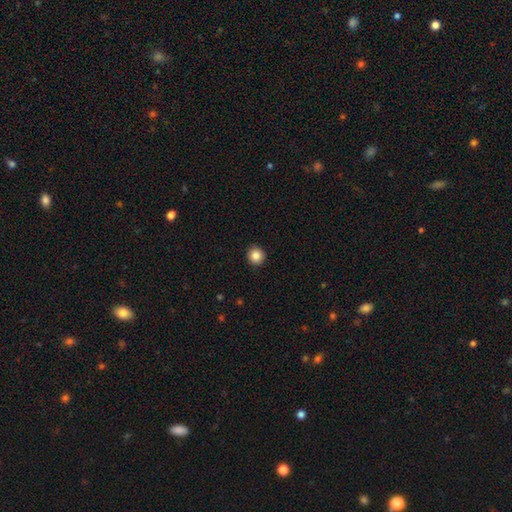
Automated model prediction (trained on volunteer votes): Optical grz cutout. It shows a smooth galaxy with no disk features (85%) that is round (92%). Merging: none (92%).